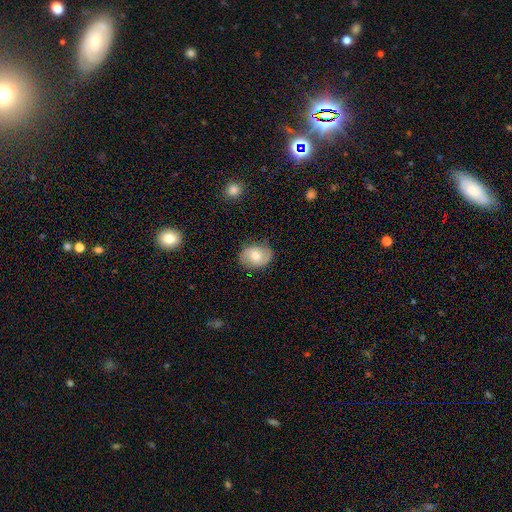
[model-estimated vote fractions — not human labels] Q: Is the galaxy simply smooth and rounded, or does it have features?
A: smooth — 50%.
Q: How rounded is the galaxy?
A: in between — 66%.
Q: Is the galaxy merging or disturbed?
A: none — 77%.